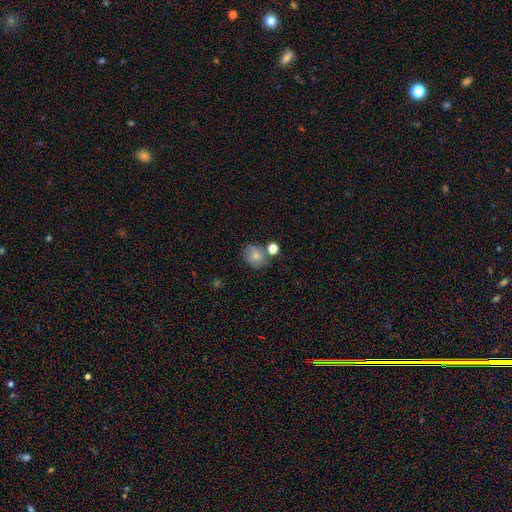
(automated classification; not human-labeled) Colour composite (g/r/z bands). It shows a smooth galaxy with no disk features (67%) that is round (63%). Merging: none (62%).